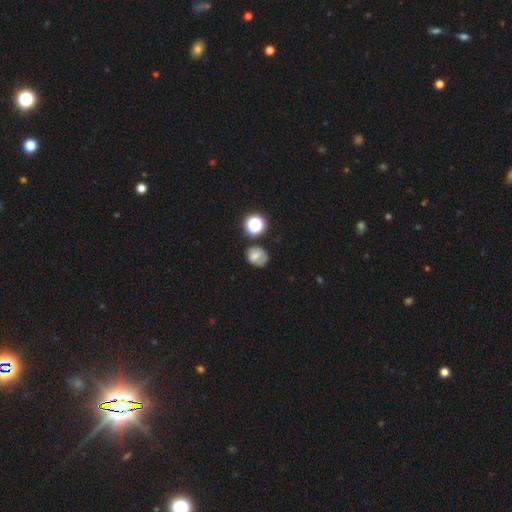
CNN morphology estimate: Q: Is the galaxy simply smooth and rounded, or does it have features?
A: smooth — 65%.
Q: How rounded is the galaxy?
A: round — 63%.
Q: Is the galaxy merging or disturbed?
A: none — 60%.